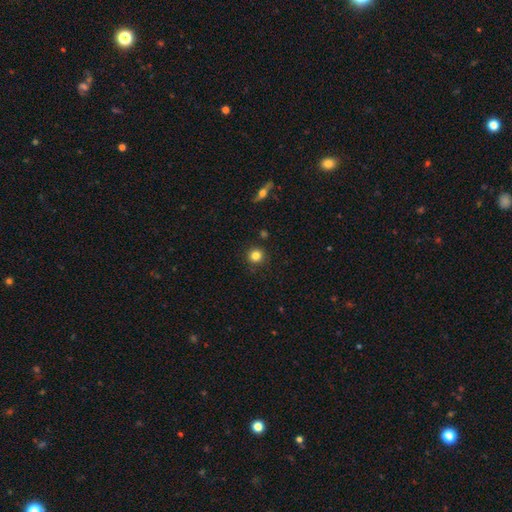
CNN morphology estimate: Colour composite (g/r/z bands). It shows a smooth galaxy with no disk features (83%) that is round (94%). Merging: none (90%).